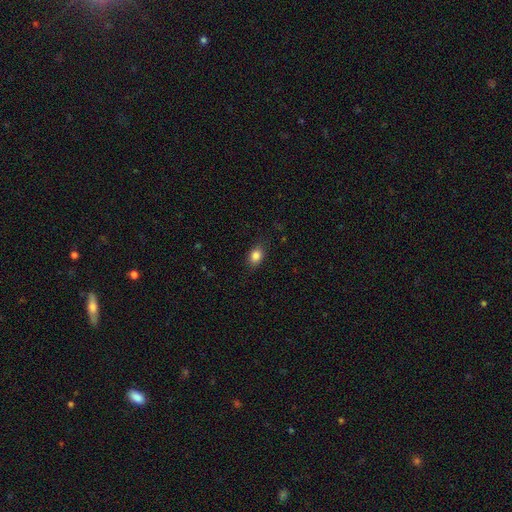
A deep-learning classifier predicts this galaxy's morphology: smooth-or-featured: smooth: 84% | star or artifact: 9% | featured or disk: 7%
  how-rounded: in between: 70% | round: 28% | cigar-shaped: 3%
  merging: none: 81% | minor disturbance: 14% | major disturbance: 4% | merger: 1%